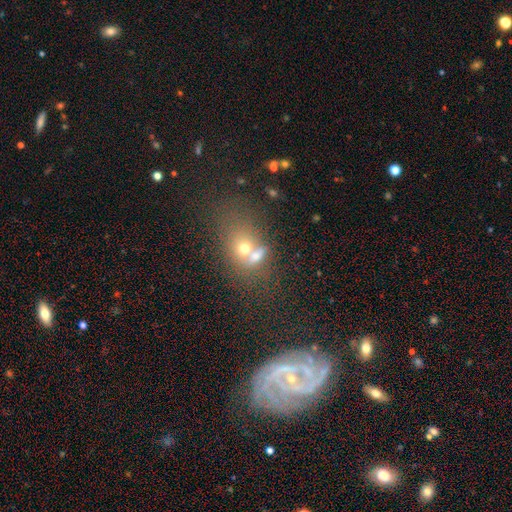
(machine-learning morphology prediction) Overall: smooth (59%; featured or disk 26%). How rounded: in between (56%; round 41%). Merging: merger (65%).